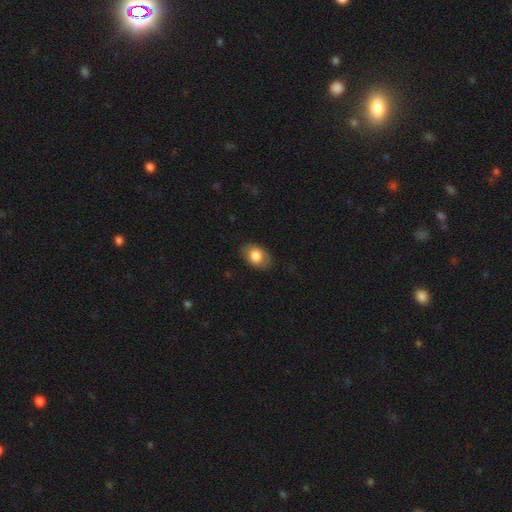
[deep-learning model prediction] Smooth or featured? Predicted: smooth (p=0.76). How rounded? Predicted: in between (p=0.81). Merging? Predicted: none (p=0.80).